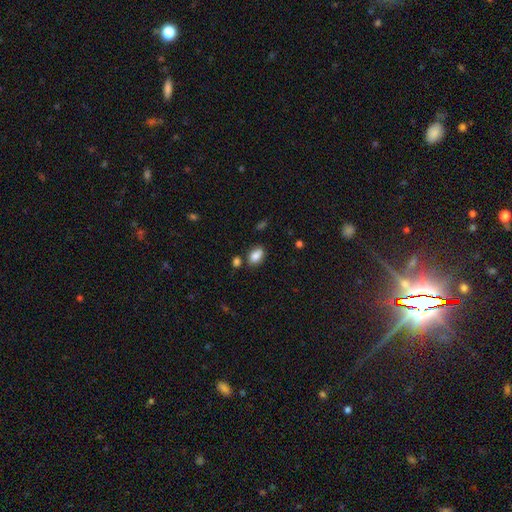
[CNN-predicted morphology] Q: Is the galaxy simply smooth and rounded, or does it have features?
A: smooth — 83%.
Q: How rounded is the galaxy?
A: in between — 86%.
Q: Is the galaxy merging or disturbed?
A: none — 73%.